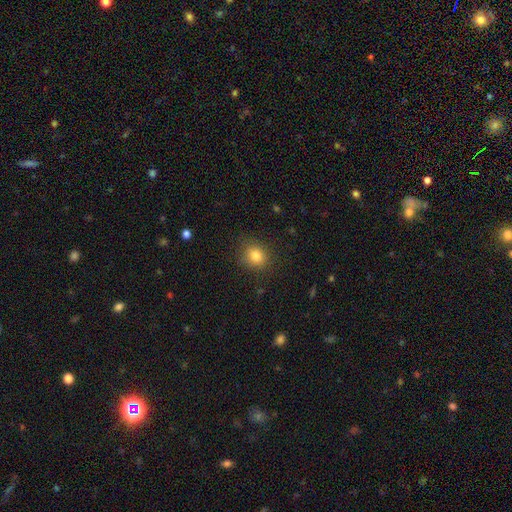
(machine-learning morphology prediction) type=smooth (82%); roundness=round (79%); merging=none (84%).